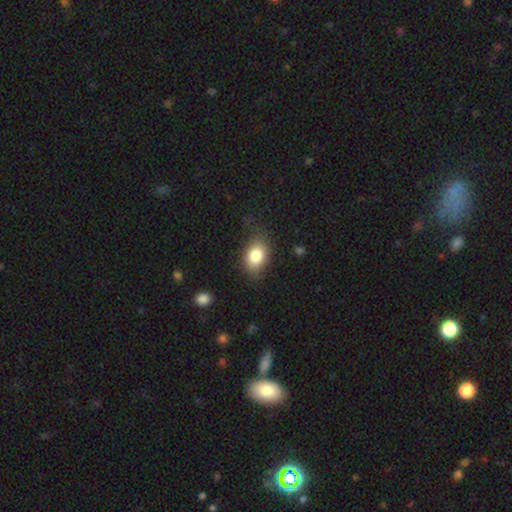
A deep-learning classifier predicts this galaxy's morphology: A smooth galaxy with no disk features (82%) that is in between round and cigar-shaped (79%). Merging: none (72%).